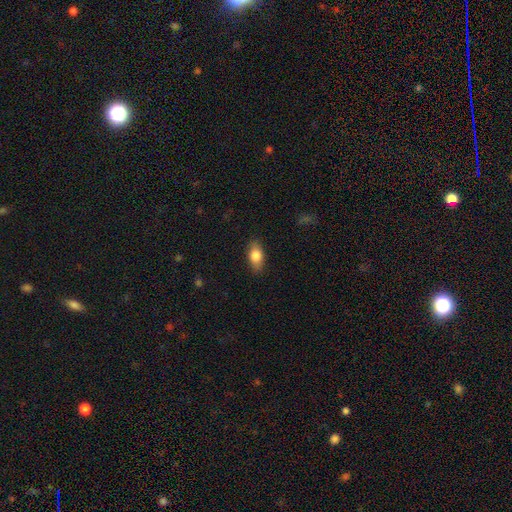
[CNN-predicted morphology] smooth_or_featured: smooth (p=0.80) [alt: featured or disk p=0.13]
how_rounded: in between (p=0.85) [alt: cigar-shaped p=0.08]
merging: none (p=0.86) [alt: minor disturbance p=0.11]